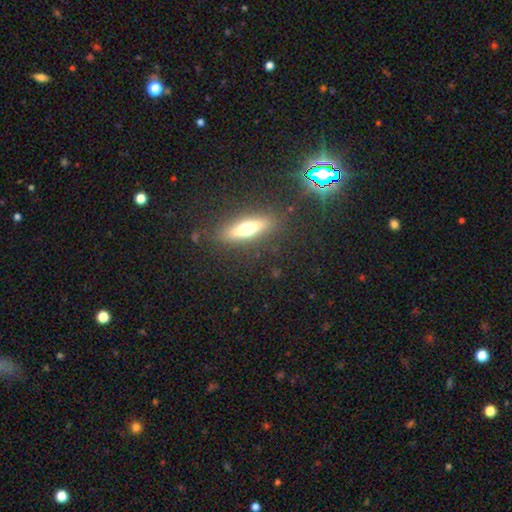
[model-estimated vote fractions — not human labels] Smooth or featured? featured or disk (50%)
Merging? none (86%)